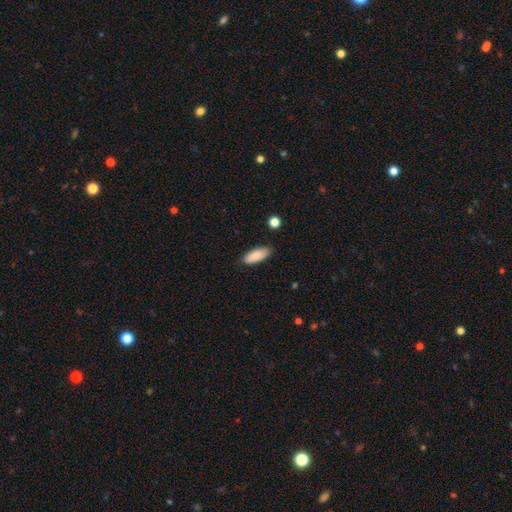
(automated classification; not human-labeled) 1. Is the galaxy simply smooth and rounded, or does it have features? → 88% smooth, 6% star or artifact, 6% featured or disk.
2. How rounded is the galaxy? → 79% in between, 19% cigar-shaped, 2% round.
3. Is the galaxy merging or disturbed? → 85% none, 11% minor disturbance, 2% major disturbance, 2% merger.